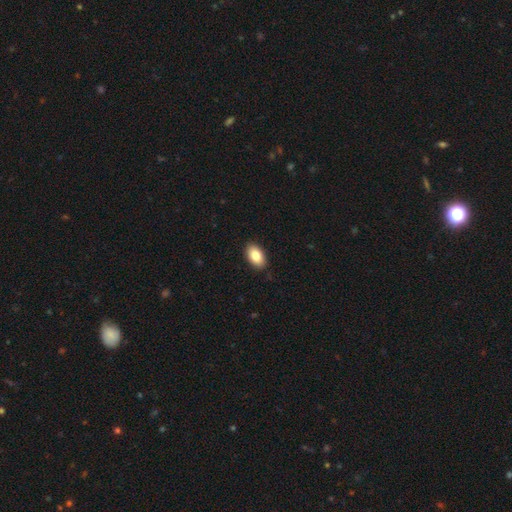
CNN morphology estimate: Smooth or featured? Predicted: smooth (p=0.85). How rounded? Predicted: in between (p=0.94). Merging? Predicted: none (p=0.89).